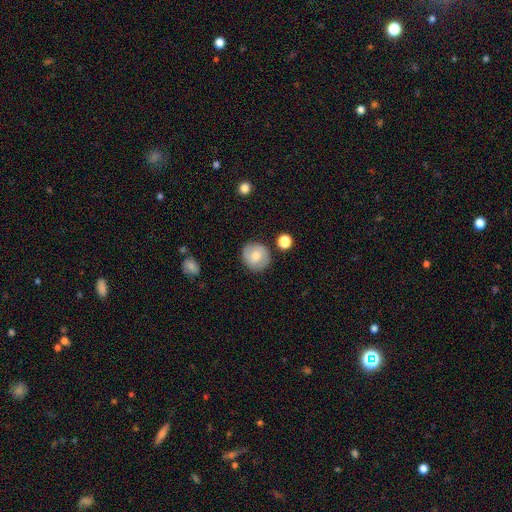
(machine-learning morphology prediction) The model was most divided on "smooth or featured": smooth: 61%, featured or disk: 31%, star or artifact: 8%. More confident: how rounded — round (89%); merging — none (83%).